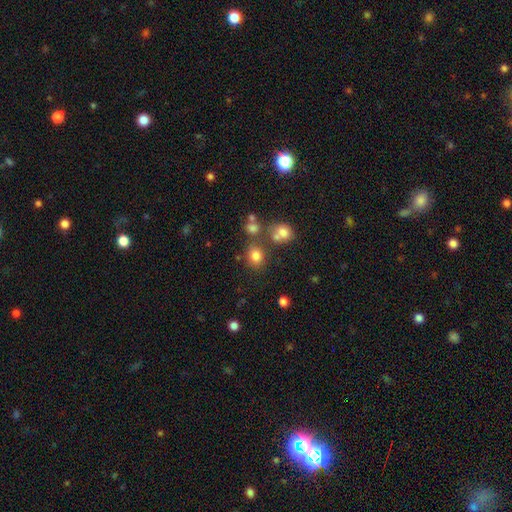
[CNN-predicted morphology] smooth 77%, star or artifact 15%, featured or disk 8%. Down the decision tree: how rounded — round (68%); merging — none (68%).